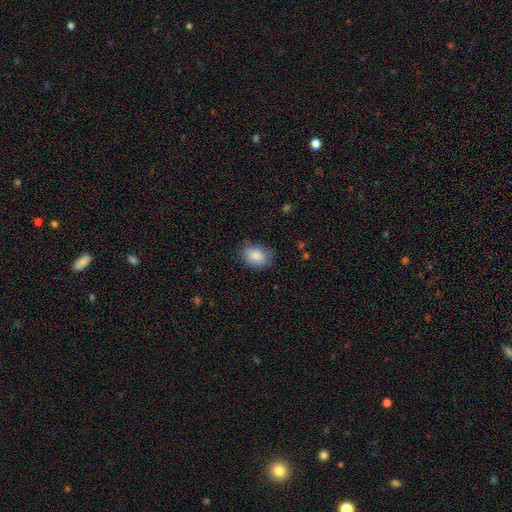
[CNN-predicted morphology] Smooth or featured?
  - smooth: 86% *
  - star or artifact: 7%
  - featured or disk: 6%
How rounded?
  - in between: 68% *
  - round: 31%
  - cigar-shaped: 1%
Merging?
  - none: 75% *
  - minor disturbance: 20%
  - major disturbance: 4%
  - merger: 1%